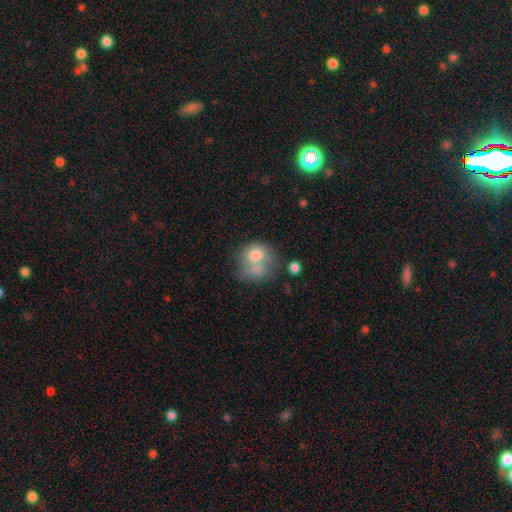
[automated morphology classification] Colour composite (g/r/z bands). It shows a smooth galaxy with no disk features (69%) that is round (63%). Merging: merger (47%).